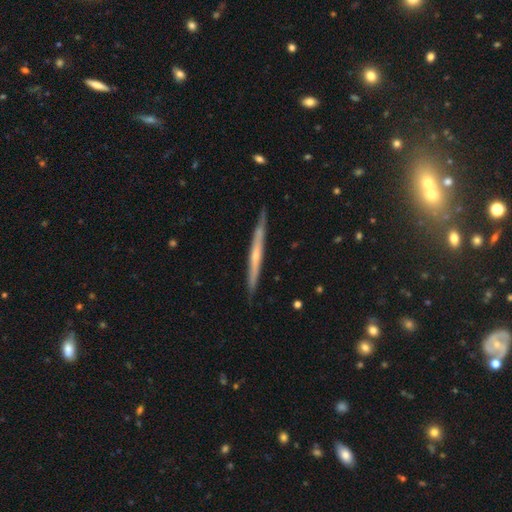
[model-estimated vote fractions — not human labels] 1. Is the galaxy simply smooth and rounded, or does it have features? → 68% featured or disk, 27% smooth, 5% star or artifact.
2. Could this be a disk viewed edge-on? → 97% yes, 3% no.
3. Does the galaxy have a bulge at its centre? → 50% none, 46% rounded, 4% boxy.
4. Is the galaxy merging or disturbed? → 87% none, 11% minor disturbance, 1% major disturbance, 1% merger.